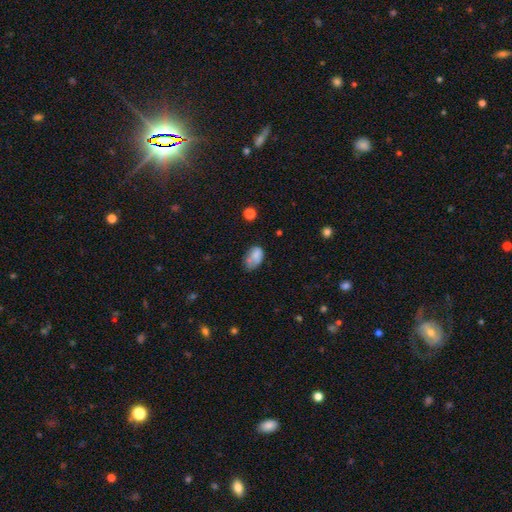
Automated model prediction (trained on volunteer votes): This appears to be a smooth galaxy with no disk features (74%) that is in between round and cigar-shaped (87%). Merging: none (43%).